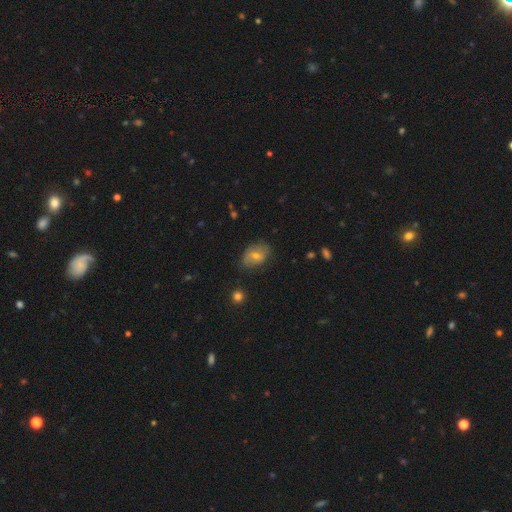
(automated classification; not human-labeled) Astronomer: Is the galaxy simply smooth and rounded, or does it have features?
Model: smooth — 54% (runner-up: featured or disk, 37%).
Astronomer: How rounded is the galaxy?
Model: in between — 78%.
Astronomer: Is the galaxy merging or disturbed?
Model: none — 65%.